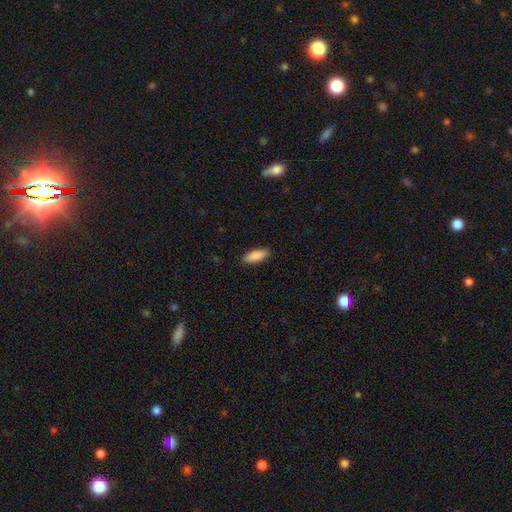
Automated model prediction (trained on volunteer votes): A smooth galaxy with no disk features (89%) that is in between round and cigar-shaped (70%). Merging: none (90%).